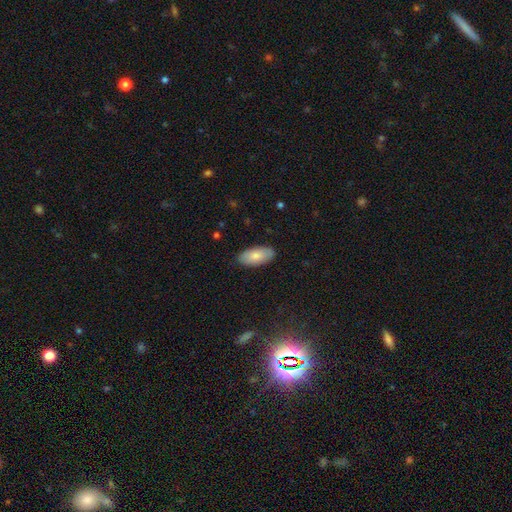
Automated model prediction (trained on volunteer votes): This is clearly a smooth galaxy (81%). How rounded: clearly in between (92%). Merging: clearly none (87%).